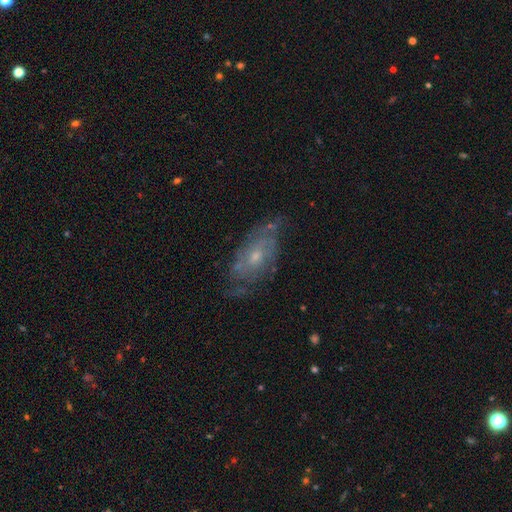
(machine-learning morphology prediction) smooth-or-featured: featured or disk: 68% | smooth: 23% | star or artifact: 9%
  disk-edge-on: no: 91% | yes: 9%
    bar: no: 74% | weak: 23% | strong: 3%
    has-spiral-arms: yes: 71% | no: 29%
    bulge-size: small: 56% | moderate: 39% | none: 3% | large: 2% | dominant: 1%
  merging: none: 59% | minor disturbance: 26% | major disturbance: 13% | merger: 3%